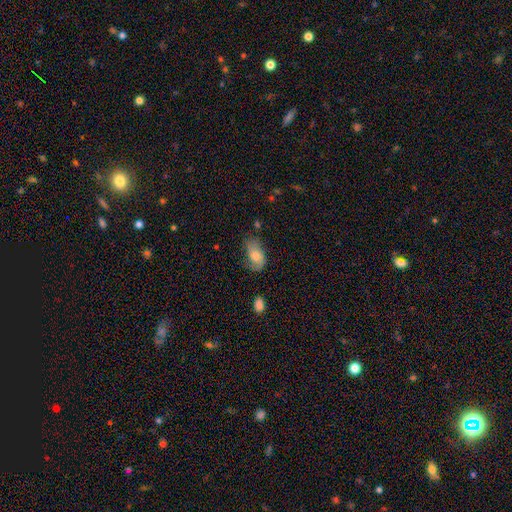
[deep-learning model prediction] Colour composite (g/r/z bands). It shows a smooth galaxy with no disk features (67%) that is in between round and cigar-shaped (90%). Merging: none (49%).